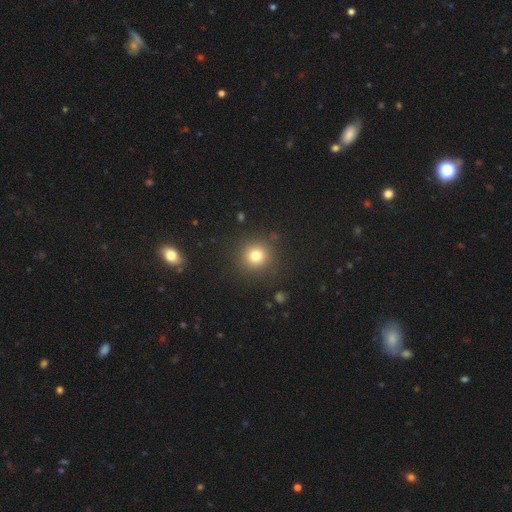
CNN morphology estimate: Smooth or featured? Predicted: smooth (p=0.78). How rounded? Predicted: round (p=0.93). Merging? Predicted: none (p=0.89).